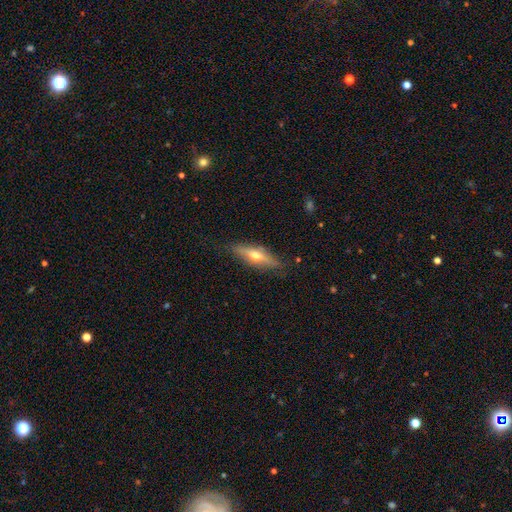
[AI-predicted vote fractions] This is likely a featured or disk galaxy (60%). It is clearly viewed edge-on (91%). Edge-on bulge: clearly rounded (93%). Merging: clearly none (83%).